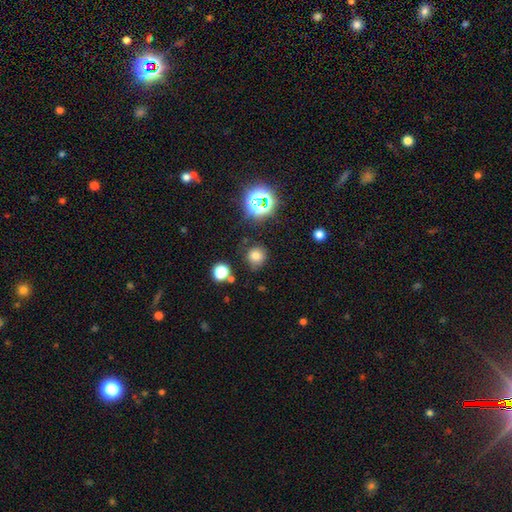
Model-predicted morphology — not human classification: Overall: smooth (73%). How rounded: round (91%). Merging: none (81%).